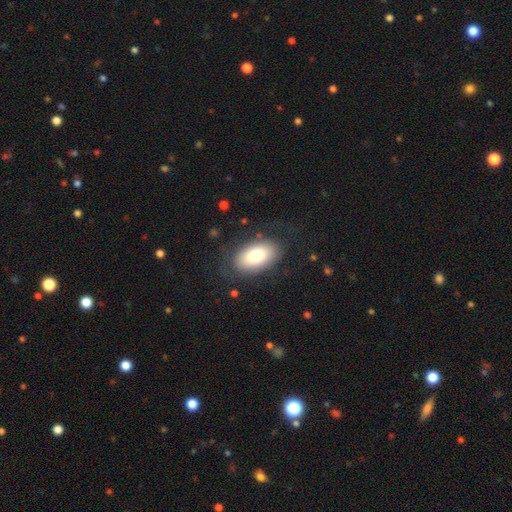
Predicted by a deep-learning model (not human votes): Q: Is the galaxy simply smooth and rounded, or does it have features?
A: smooth — 81%.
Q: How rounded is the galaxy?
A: in between — 94%.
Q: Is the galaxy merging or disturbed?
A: none — 76%.